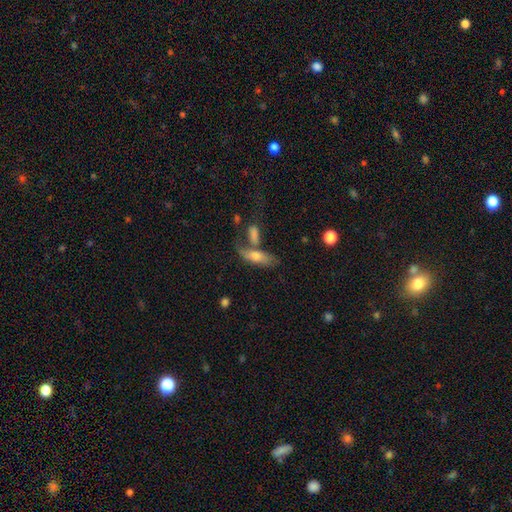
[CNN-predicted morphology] smooth-or-featured: smooth: 61% | featured or disk: 31% | star or artifact: 8%
  how-rounded: in between: 58% | cigar-shaped: 38% | round: 4%
  merging: none: 40% | merger: 35% | minor disturbance: 15% | major disturbance: 10%